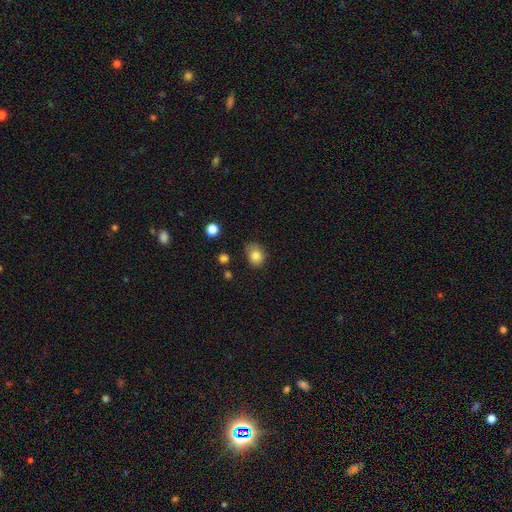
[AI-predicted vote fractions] The model was most divided on "how rounded": in between: 53%, round: 46%, cigar-shaped: 1%. More confident: smooth or featured — smooth (83%); merging — none (62%).